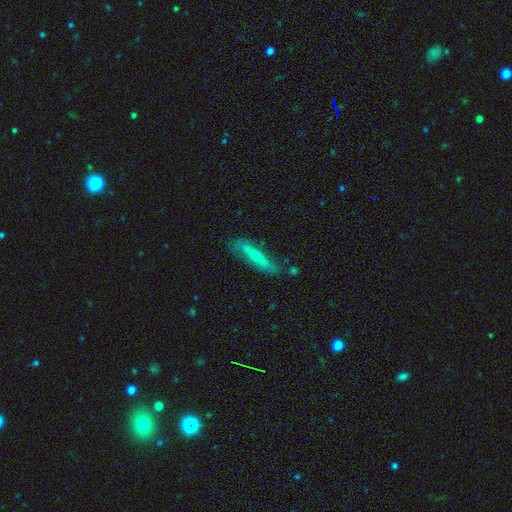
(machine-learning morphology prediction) Overall: featured or disk (55%; smooth 39%). Edge-on disk: yes (76%). Merging: none (74%).